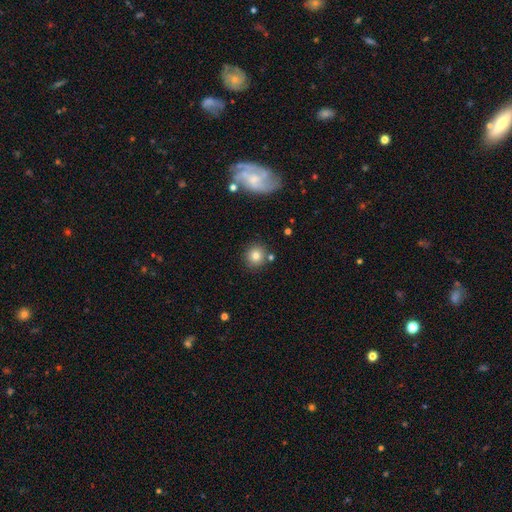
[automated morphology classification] Q: Smooth or featured?
A: smooth (80%); runner-up: star or artifact (11%)
Q: How rounded?
A: round (92%); runner-up: in between (7%)
Q: Merging?
A: none (82%); runner-up: minor disturbance (8%)